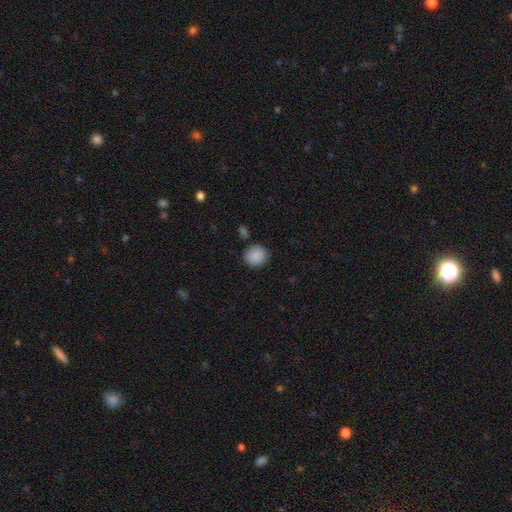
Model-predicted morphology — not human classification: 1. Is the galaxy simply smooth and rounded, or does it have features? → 89% smooth, 8% star or artifact, 4% featured or disk.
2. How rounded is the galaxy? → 83% round, 16% in between, 1% cigar-shaped.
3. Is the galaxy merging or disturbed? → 82% none, 12% minor disturbance, 3% merger, 3% major disturbance.